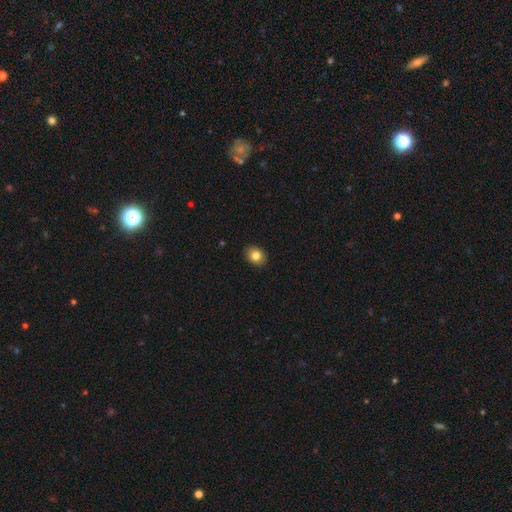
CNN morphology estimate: smooth_or_featured: smooth (p=0.83) [alt: star or artifact p=0.10]
how_rounded: in between (p=0.50) [alt: round p=0.49]
merging: none (p=0.90) [alt: minor disturbance p=0.07]